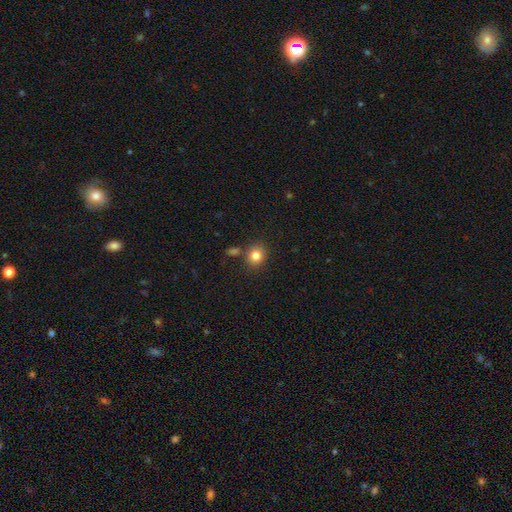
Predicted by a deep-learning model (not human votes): smooth 82%, star or artifact 11%, featured or disk 7%. Down the decision tree: how rounded — round (79%); merging — none (78%).